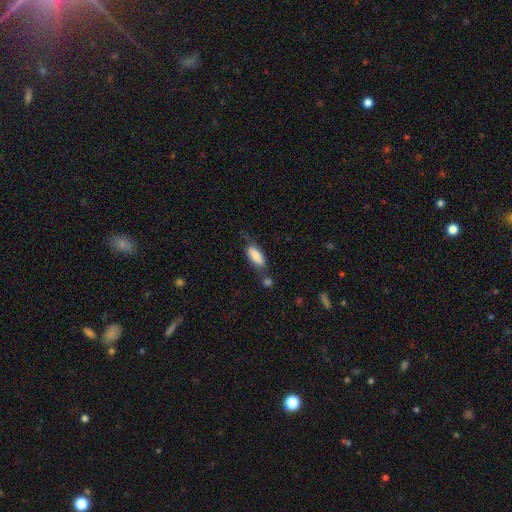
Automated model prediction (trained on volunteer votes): Smooth or featured: smooth — 81% (featured or disk — 12%)
How rounded: in between — 77% (cigar-shaped — 20%)
Merging: none — 48% (minor disturbance — 26%)